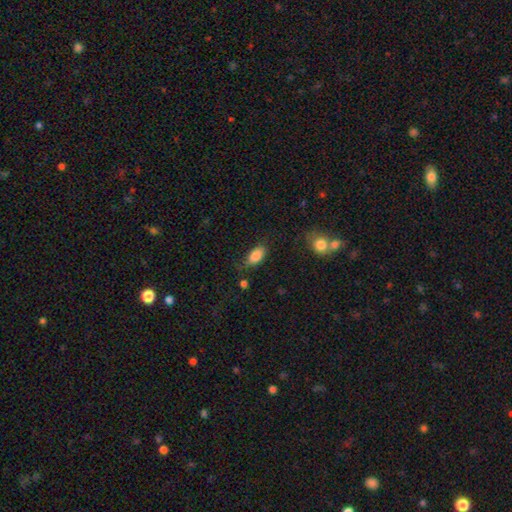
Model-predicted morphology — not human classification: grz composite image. It shows a smooth galaxy with no disk features (86%) that is in between round and cigar-shaped (91%). Merging: none (65%).